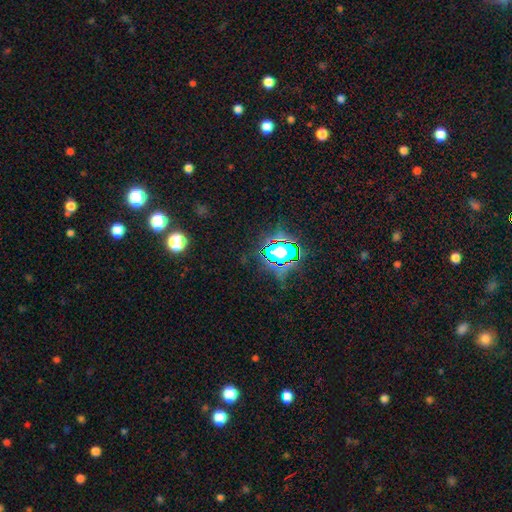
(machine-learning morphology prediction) This is likely a star or artifact rather than a galaxy (79%).